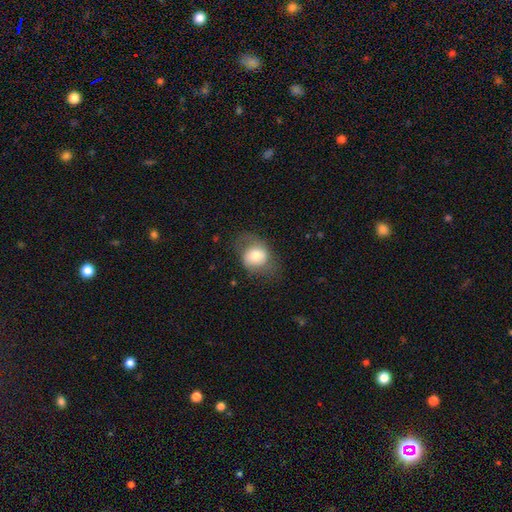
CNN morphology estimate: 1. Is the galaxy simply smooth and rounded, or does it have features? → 63% smooth, 29% featured or disk, 8% star or artifact.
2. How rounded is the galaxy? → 61% round, 38% in between, 1% cigar-shaped.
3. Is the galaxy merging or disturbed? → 55% none, 25% minor disturbance, 18% major disturbance, 1% merger.